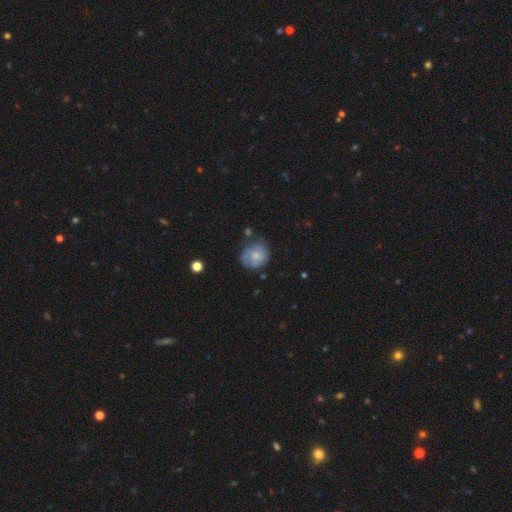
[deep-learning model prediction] Q: Smooth or featured?
A: smooth (57%); runner-up: featured or disk (35%)
Q: How rounded?
A: round (78%); runner-up: in between (21%)
Q: Merging?
A: none (57%); runner-up: minor disturbance (28%)